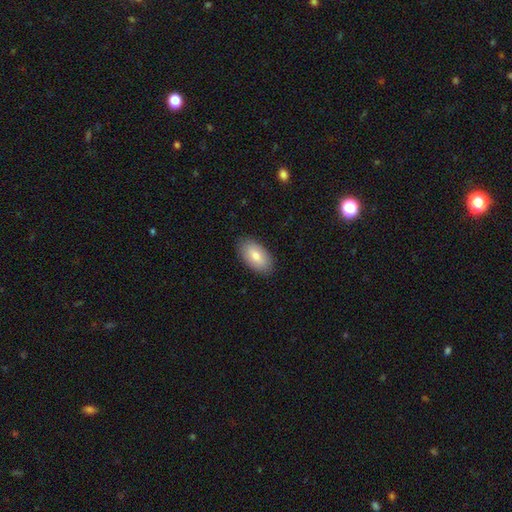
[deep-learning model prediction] Smooth or featured: smooth — 78% (featured or disk — 15%)
How rounded: in between — 94% (round — 3%)
Merging: none — 88% (minor disturbance — 9%)